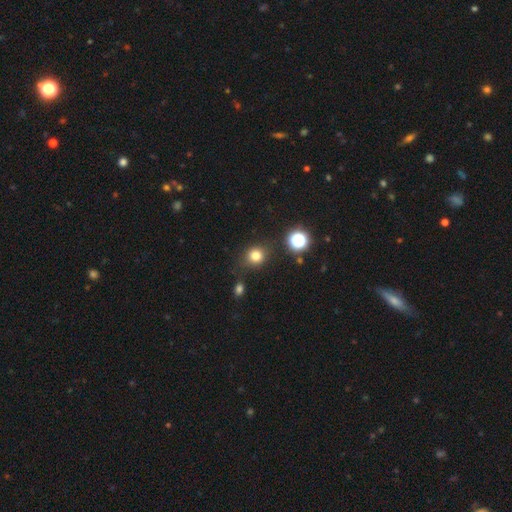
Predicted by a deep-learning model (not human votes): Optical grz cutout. It shows a smooth galaxy with no disk features (78%) that is round (82%). Merging: none (80%).